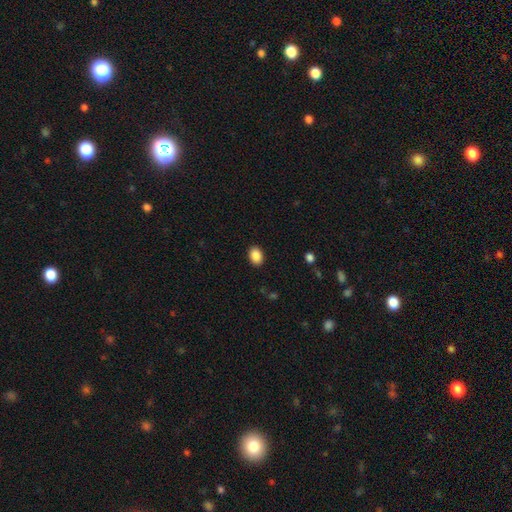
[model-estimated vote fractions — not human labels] smooth_or_featured: smooth (p=0.89) [alt: star or artifact p=0.08]
how_rounded: in between (p=0.75) [alt: round p=0.24]
merging: none (p=0.90) [alt: minor disturbance p=0.07]